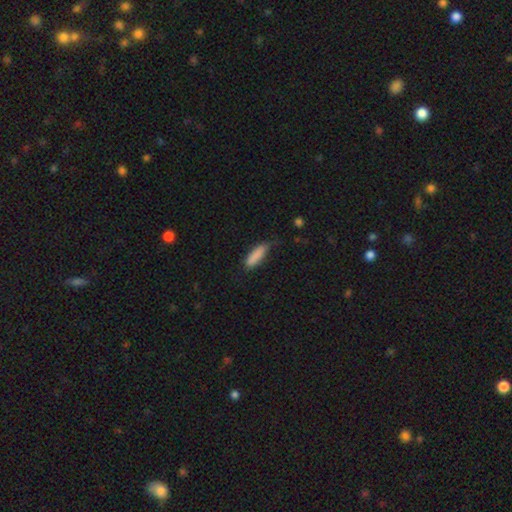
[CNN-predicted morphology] A smooth galaxy with no disk features (87%) that is cigar-shaped (59%). Merging: none (65%).